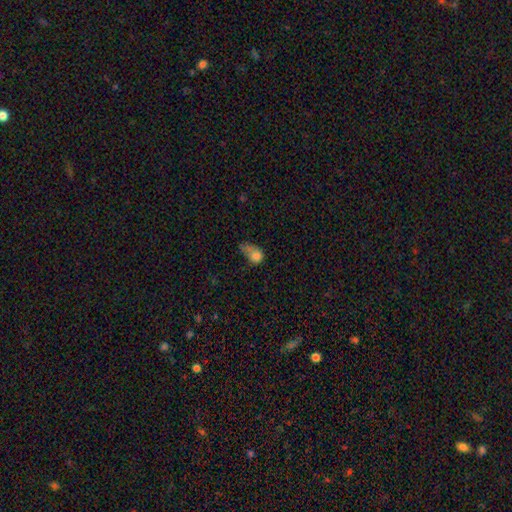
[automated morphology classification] Smooth or featured?
  - smooth: 74% *
  - featured or disk: 14%
  - star or artifact: 12%
How rounded?
  - in between: 51% *
  - round: 47%
  - cigar-shaped: 2%
Merging?
  - major disturbance: 36% *
  - merger: 23%
  - minor disturbance: 22%
  - none: 20%